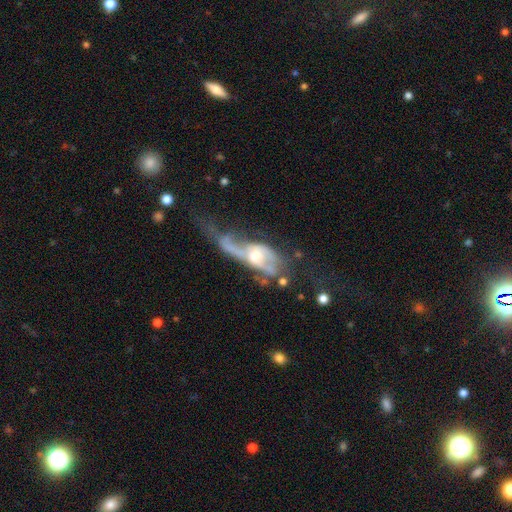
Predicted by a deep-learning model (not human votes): A featured or disk galaxy (74%) with no bar (67%), spiral arms (68%) and a moderate central bulge (62%). Merging: major disturbance (52%).